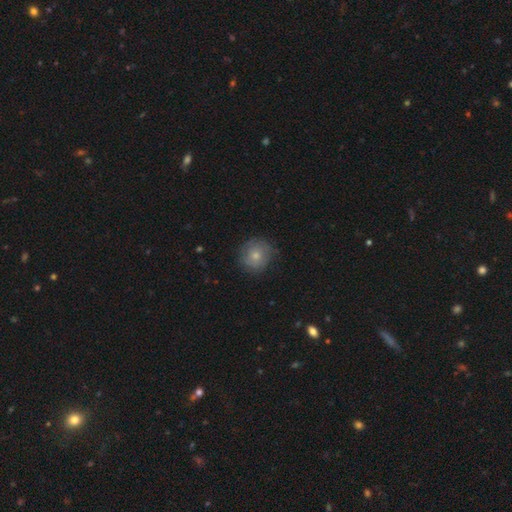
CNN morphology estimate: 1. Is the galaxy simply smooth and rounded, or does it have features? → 70% smooth, 22% featured or disk, 8% star or artifact.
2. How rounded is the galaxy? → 88% round, 11% in between, 1% cigar-shaped.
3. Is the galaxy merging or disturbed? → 72% none, 21% minor disturbance, 6% major disturbance, 1% merger.